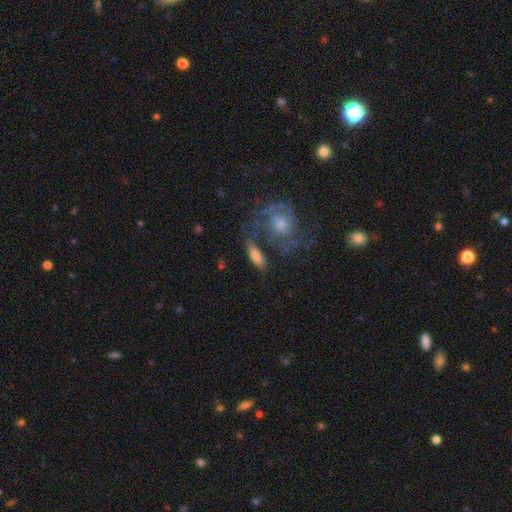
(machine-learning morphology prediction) smooth-or-featured: smooth: 55% | featured or disk: 35% | star or artifact: 9%
  how-rounded: in between: 50% | cigar-shaped: 43% | round: 7%
  merging: none: 56% | minor disturbance: 19% | merger: 15% | major disturbance: 11%